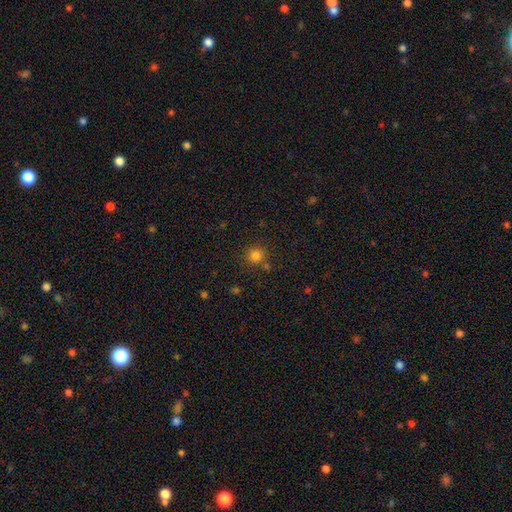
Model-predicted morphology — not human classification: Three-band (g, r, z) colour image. It shows a smooth galaxy with no disk features (80%) that is round (91%). Merging: none (77%).